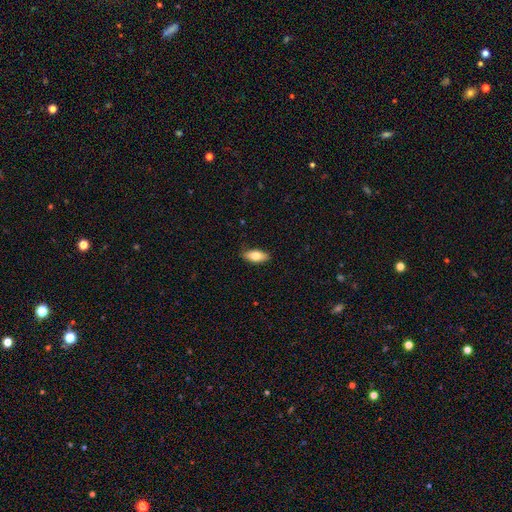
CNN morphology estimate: smooth-or-featured: smooth: 76% | featured or disk: 18% | star or artifact: 6%
  how-rounded: in between: 84% | cigar-shaped: 13% | round: 3%
  merging: none: 88% | minor disturbance: 9% | major disturbance: 2% | merger: 1%